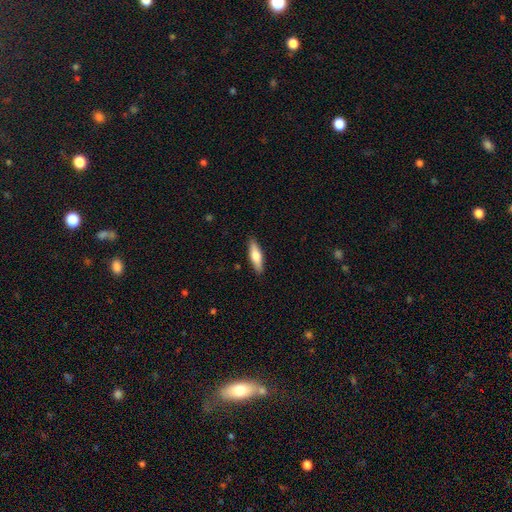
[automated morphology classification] smooth-or-featured: smooth: 68% | featured or disk: 26% | star or artifact: 6%
  how-rounded: cigar-shaped: 59% | in between: 40% | round: 2%
  merging: none: 89% | minor disturbance: 8% | major disturbance: 2% | merger: 1%